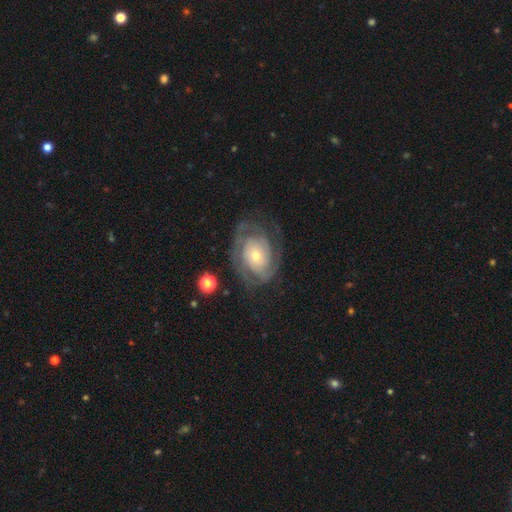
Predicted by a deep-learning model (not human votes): smooth_or_featured: featured or disk (p=0.82) [alt: smooth p=0.13]
disk_edge_on: no (p=0.96) [alt: yes p=0.04]
bar: no (p=0.77) [alt: weak p=0.17]
has_spiral_arms: yes (p=0.90) [alt: no p=0.10]
spiral_winding: tight (p=0.64) [alt: medium p=0.28]
spiral_arm_count: 2 (p=0.41) [alt: can't tell p=0.31]
bulge_size: small (p=0.52) [alt: moderate p=0.40]
merging: none (p=0.66) [alt: minor disturbance p=0.18]